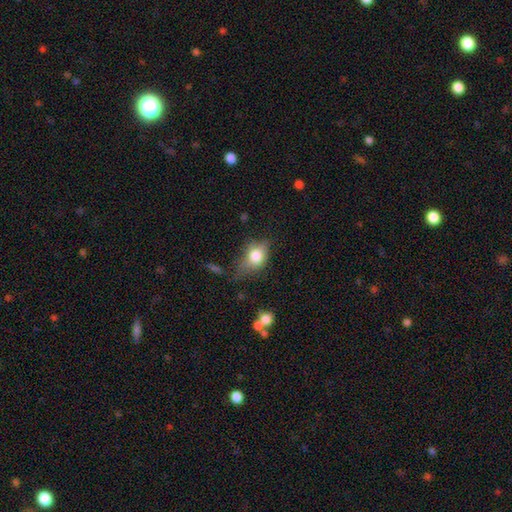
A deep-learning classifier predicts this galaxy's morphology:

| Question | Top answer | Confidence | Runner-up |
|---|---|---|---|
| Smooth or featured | smooth | 73% | featured or disk (18%) |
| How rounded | in between | 64% | round (33%) |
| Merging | none | 48% | minor disturbance (33%) |